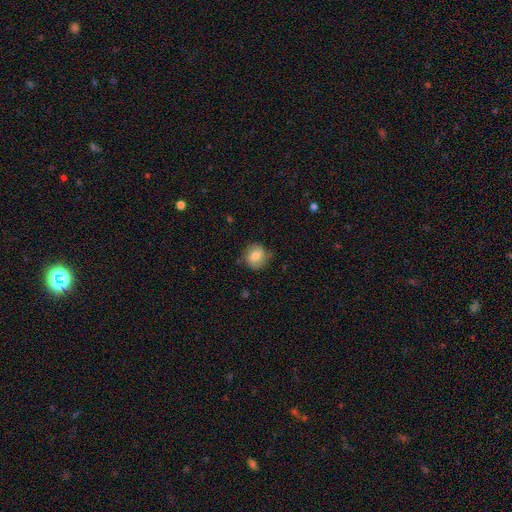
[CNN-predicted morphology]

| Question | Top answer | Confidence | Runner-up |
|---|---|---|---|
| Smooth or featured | smooth | 73% | featured or disk (19%) |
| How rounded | round | 77% | in between (22%) |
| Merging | none | 73% | minor disturbance (20%) |